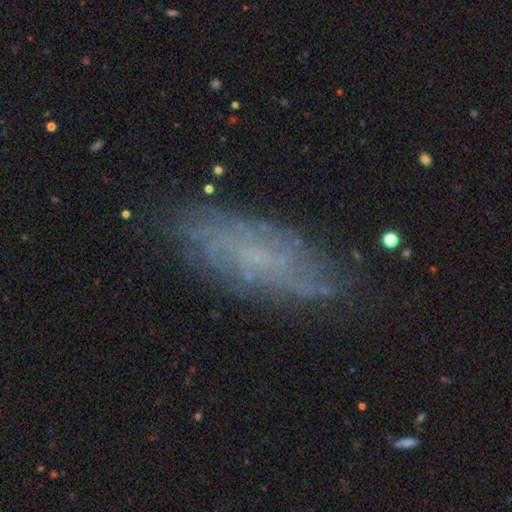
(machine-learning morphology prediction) type=featured or disk (54%); edge-on=no (80%); merging=none (77%).